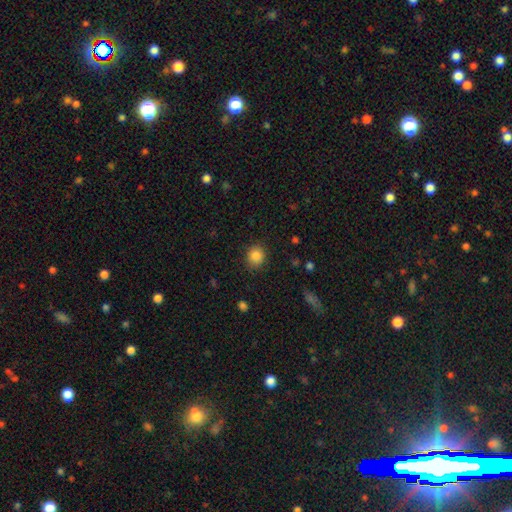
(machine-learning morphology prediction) This appears to be a smooth galaxy with no disk features (86%) that is round (79%). Merging: none (86%).